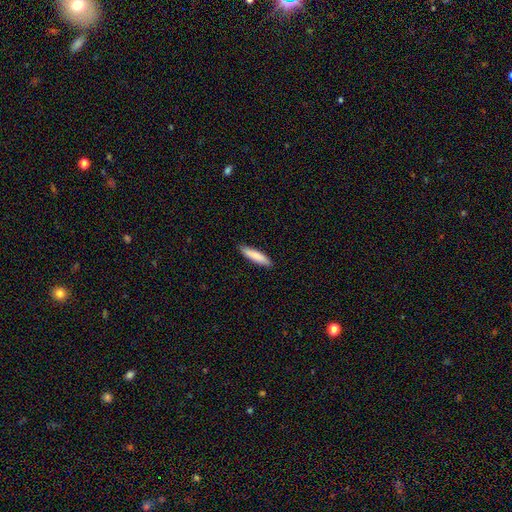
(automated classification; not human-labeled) smooth 85%, featured or disk 10%, star or artifact 5%. Down the decision tree: how rounded — cigar-shaped (79%); merging — none (88%).